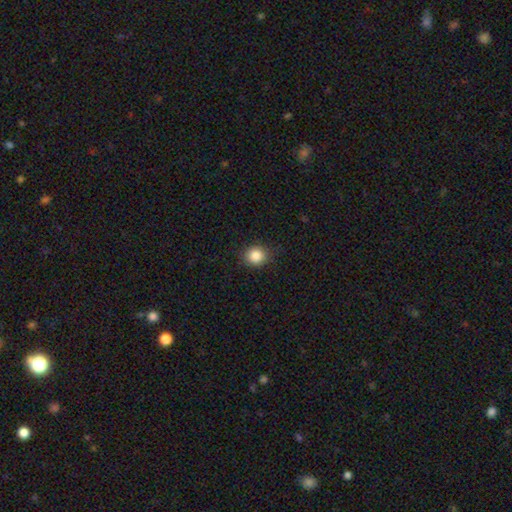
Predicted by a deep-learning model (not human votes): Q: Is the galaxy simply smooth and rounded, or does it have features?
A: smooth — 86%.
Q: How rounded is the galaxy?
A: round — 83%.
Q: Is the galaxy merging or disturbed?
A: none — 85%.